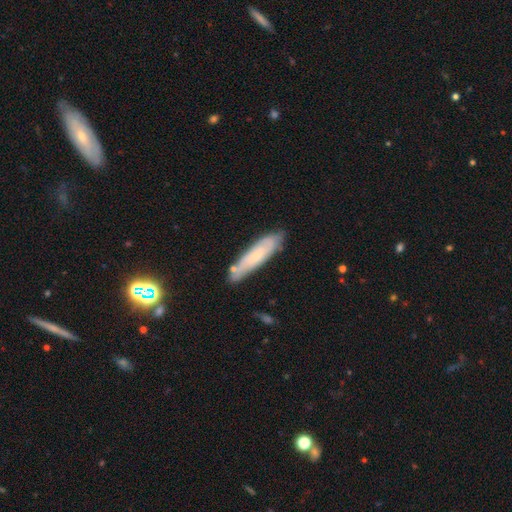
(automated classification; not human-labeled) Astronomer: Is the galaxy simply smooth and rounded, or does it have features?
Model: smooth — 52% (runner-up: featured or disk, 40%).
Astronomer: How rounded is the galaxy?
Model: cigar-shaped — 78%.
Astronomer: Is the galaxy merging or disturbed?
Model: none — 75%.